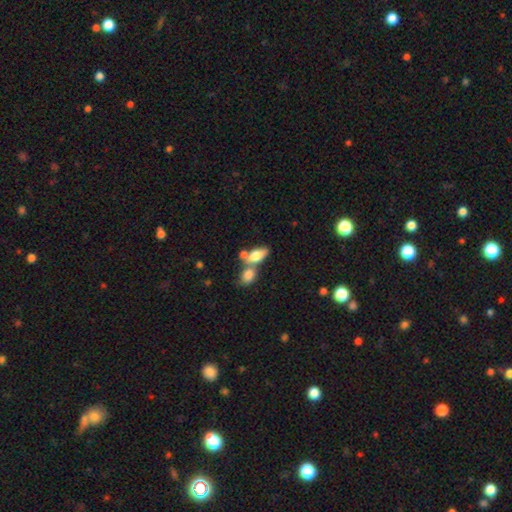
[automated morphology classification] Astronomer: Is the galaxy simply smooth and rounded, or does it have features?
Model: smooth — 71%.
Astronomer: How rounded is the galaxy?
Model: in between — 82%.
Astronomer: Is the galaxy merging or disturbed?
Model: merger — 59%.